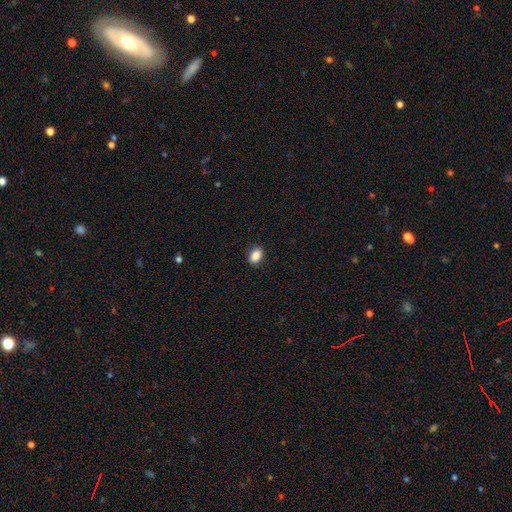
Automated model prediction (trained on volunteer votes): Smooth or featured? smooth (88%)
How rounded? in between (80%)
Merging? none (89%)